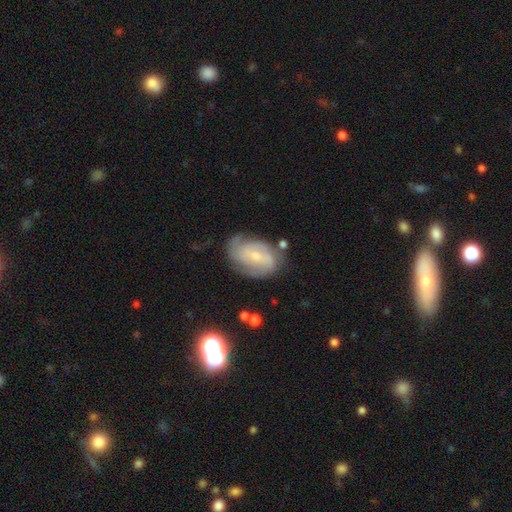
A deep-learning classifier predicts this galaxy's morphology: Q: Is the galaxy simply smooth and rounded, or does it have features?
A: featured or disk — 73%.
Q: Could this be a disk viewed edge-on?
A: no — 96%.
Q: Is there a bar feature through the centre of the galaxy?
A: no — 51%.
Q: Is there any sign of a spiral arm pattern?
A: yes — 89%.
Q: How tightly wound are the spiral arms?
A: tight — 45%.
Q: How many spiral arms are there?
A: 2 — 37%.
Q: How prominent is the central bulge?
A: small — 69%.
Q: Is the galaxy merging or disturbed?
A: none — 63%.